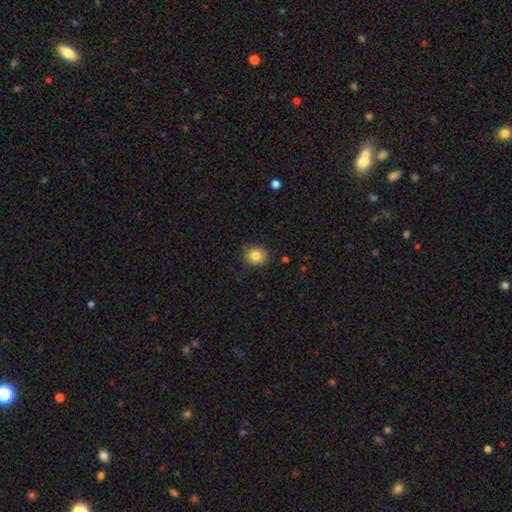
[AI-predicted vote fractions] Q: Smooth or featured?
A: smooth (83%); runner-up: star or artifact (10%)
Q: How rounded?
A: round (80%); runner-up: in between (19%)
Q: Merging?
A: none (85%); runner-up: minor disturbance (11%)